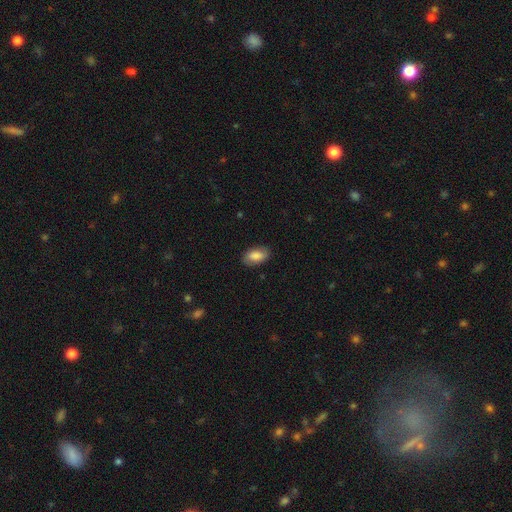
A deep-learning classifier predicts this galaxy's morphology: Smooth or featured? Predicted: smooth (p=0.80). How rounded? Predicted: in between (p=0.93). Merging? Predicted: none (p=0.83).